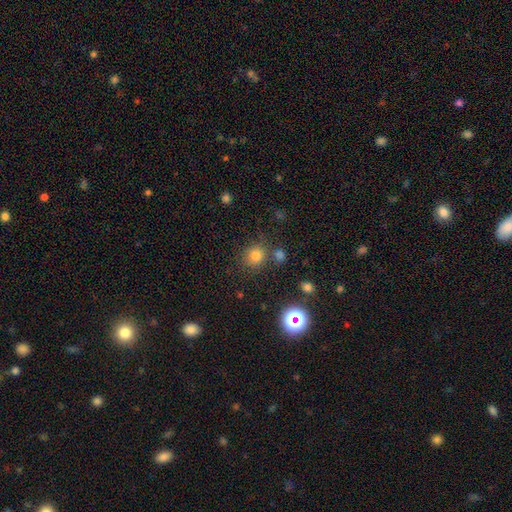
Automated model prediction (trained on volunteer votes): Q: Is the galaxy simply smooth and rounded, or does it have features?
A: smooth — 76%.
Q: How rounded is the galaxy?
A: round — 85%.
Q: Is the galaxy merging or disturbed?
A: none — 76%.